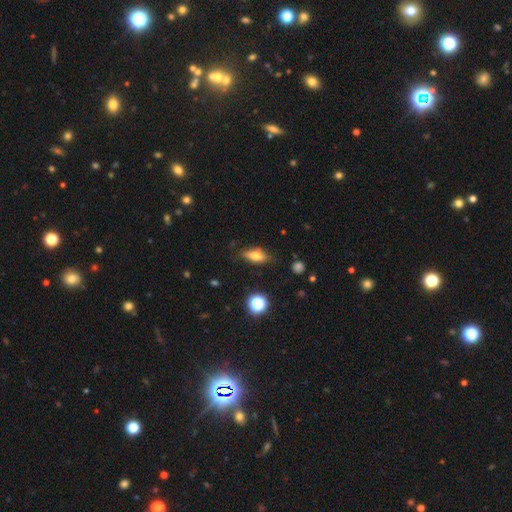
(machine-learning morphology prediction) smooth 57%, featured or disk 32%, star or artifact 11%. Down the decision tree: how rounded — in between (70%); merging — none (73%).